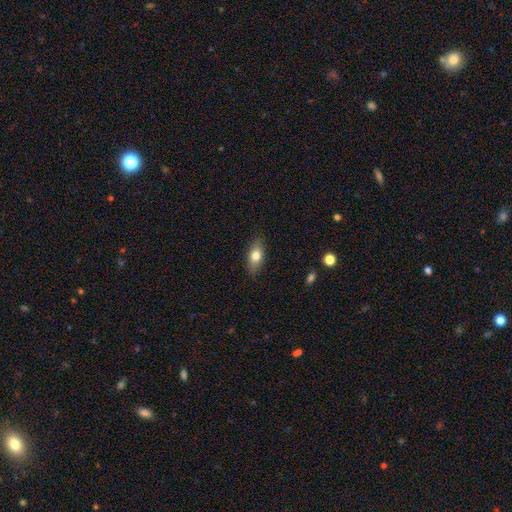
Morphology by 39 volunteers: Overall: smooth (79%). How rounded: in between (71%). Merging: none (89%).